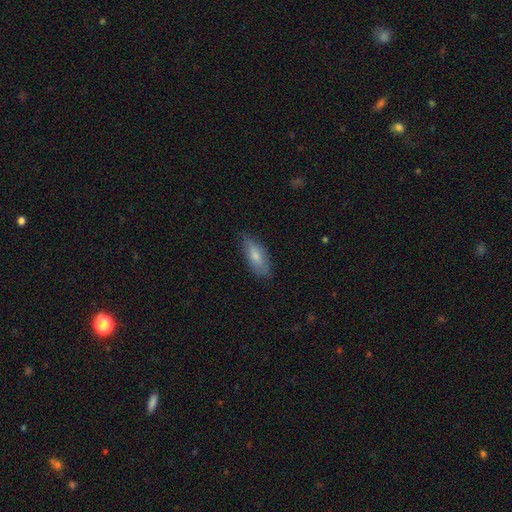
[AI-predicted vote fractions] Morphology: type=smooth (76%); roundness=in between (74%); merging=none (77%).